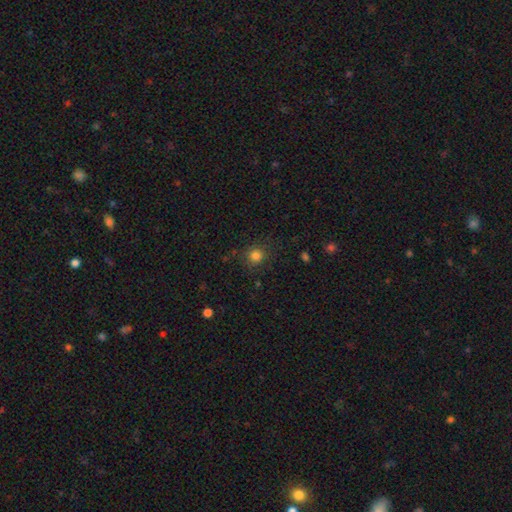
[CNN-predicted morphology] The model was most divided on "smooth or featured": smooth: 81%, star or artifact: 14%, featured or disk: 5%. More confident: how rounded — round (89%); merging — none (86%).